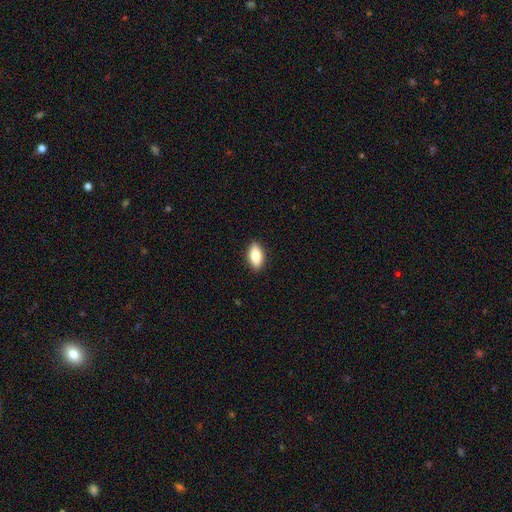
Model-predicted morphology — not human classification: This is clearly a smooth galaxy (84%). How rounded: clearly in between (90%). Merging: clearly none (90%).